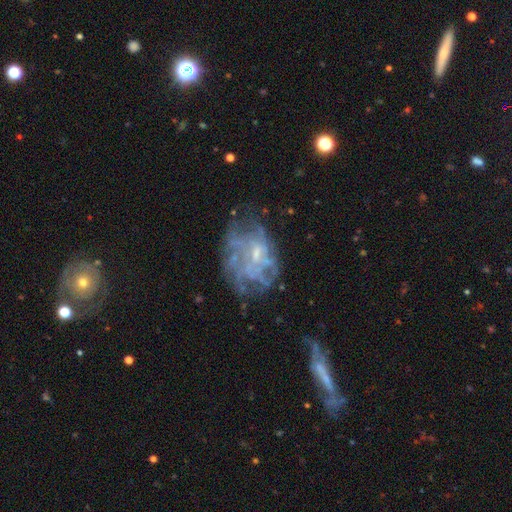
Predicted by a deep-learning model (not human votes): featured or disk 72%, smooth 16%, star or artifact 13%. Down the decision tree: edge-on disk — no (97%); bar — no (65%); spiral arms — yes (53%); bulge size — small (51%); merging — none (51%).